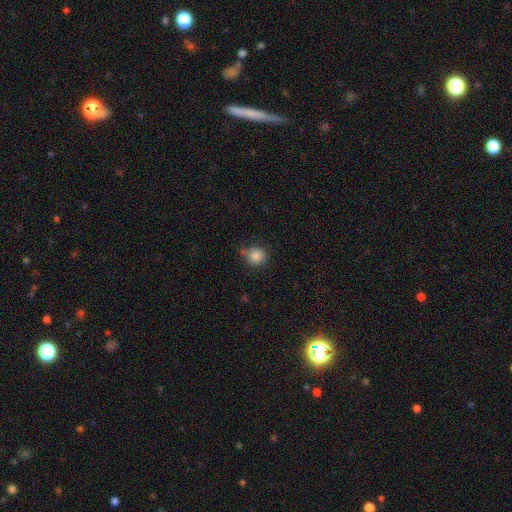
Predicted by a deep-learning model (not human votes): This appears to be a smooth galaxy with no disk features (85%) that is round (87%). Merging: none (68%).